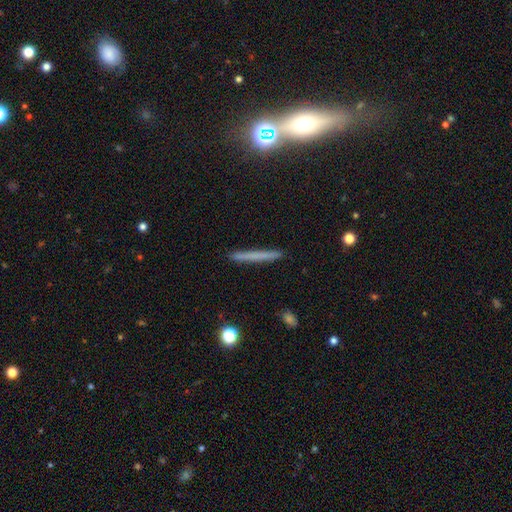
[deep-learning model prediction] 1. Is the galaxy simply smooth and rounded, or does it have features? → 59% smooth, 30% featured or disk, 11% star or artifact.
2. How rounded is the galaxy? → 96% cigar-shaped, 2% in between, 2% round.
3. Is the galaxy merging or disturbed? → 89% none, 8% minor disturbance, 2% major disturbance, 1% merger.